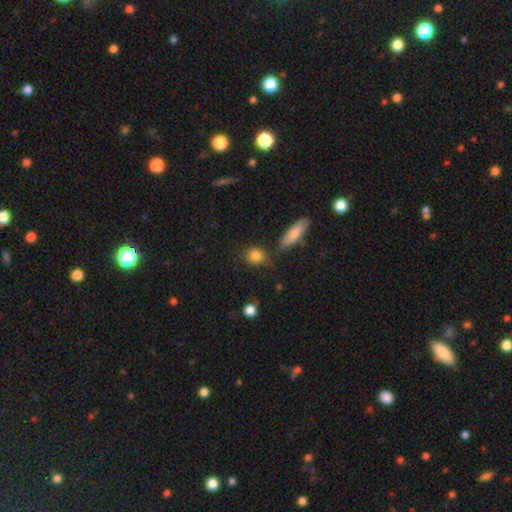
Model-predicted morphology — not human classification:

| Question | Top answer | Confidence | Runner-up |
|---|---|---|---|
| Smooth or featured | smooth | 85% | star or artifact (9%) |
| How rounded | round | 65% | in between (31%) |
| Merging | none | 73% | minor disturbance (14%) |